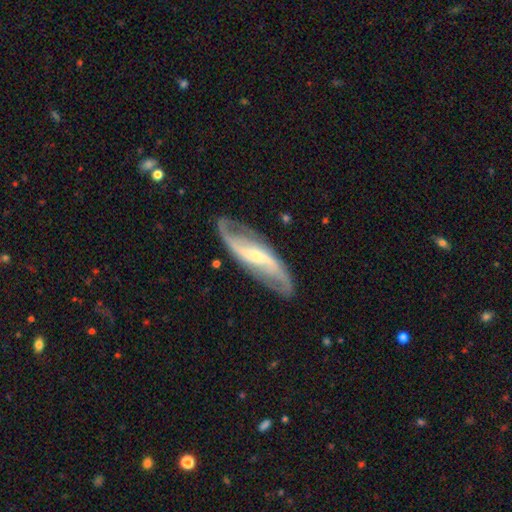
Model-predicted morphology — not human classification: smooth_or_featured: featured or disk (p=0.86) [alt: smooth p=0.09]
disk_edge_on: no (p=0.90) [alt: yes p=0.10]
bar: strong (p=0.45) [alt: weak p=0.37]
has_spiral_arms: yes (p=0.96) [alt: no p=0.04]
spiral_winding: loose (p=0.51) [alt: medium p=0.36]
spiral_arm_count: 2 (p=0.91) [alt: can't tell p=0.04]
bulge_size: small (p=0.54) [alt: moderate p=0.33]
merging: none (p=0.81) [alt: minor disturbance p=0.13]